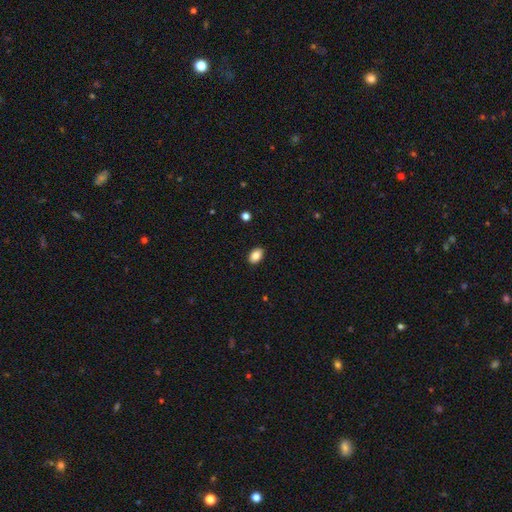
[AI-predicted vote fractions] smooth 85%, star or artifact 8%, featured or disk 7%. Down the decision tree: how rounded — in between (87%); merging — none (89%).